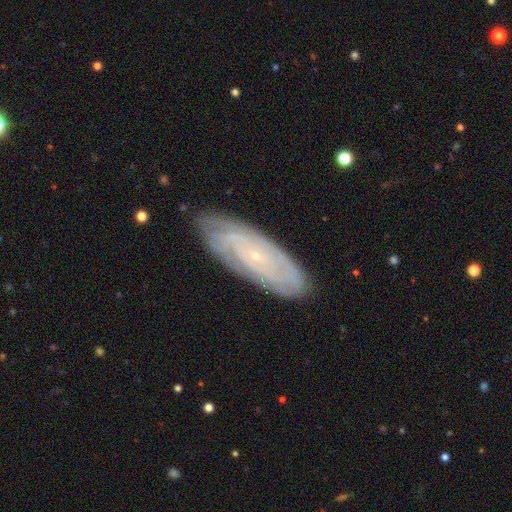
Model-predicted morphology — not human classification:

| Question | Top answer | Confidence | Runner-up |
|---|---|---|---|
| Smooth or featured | featured or disk | 74% | smooth (18%) |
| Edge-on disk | no | 86% | yes (14%) |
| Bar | no | 77% | weak (18%) |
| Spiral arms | yes | 91% | no (9%) |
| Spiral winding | tight | 78% | medium (17%) |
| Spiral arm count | can't tell | 53% | 2 (13%) |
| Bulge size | small | 89% | moderate (6%) |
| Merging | none | 82% | minor disturbance (14%) |